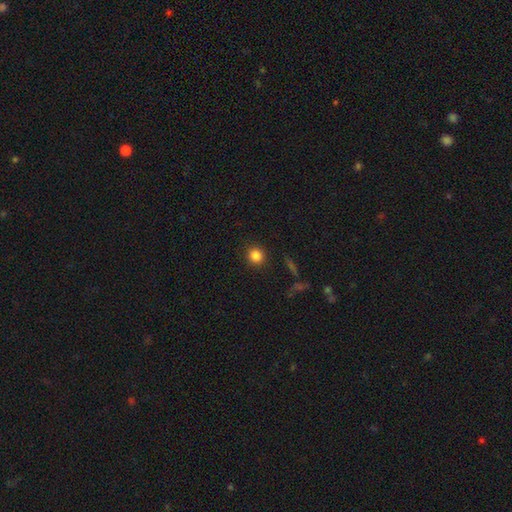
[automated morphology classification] A smooth galaxy with no disk features (84%) that is round (92%). Merging: none (91%).